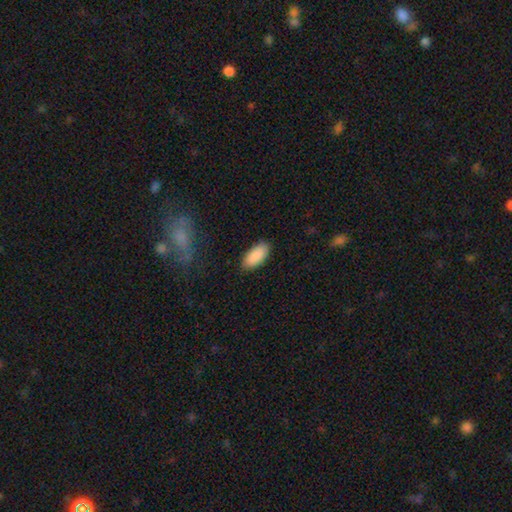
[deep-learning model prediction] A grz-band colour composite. It shows a smooth galaxy with no disk features (90%) that is in between round and cigar-shaped (89%). Merging: none (86%).